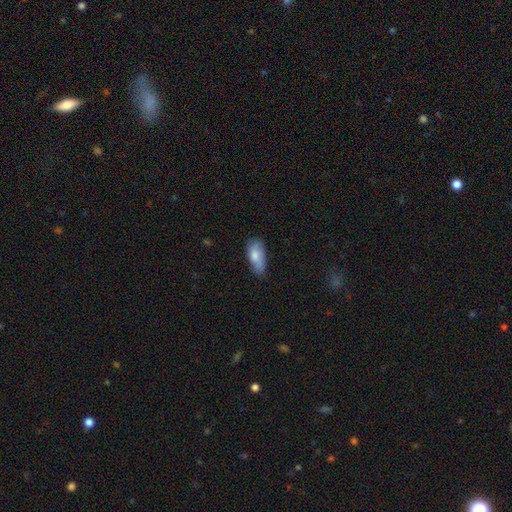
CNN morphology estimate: Q: Smooth or featured?
A: smooth (77%); runner-up: featured or disk (16%)
Q: How rounded?
A: in between (85%); runner-up: cigar-shaped (13%)
Q: Merging?
A: none (61%); runner-up: minor disturbance (31%)